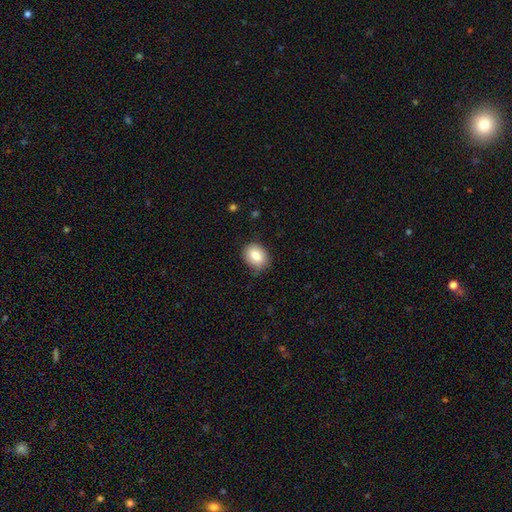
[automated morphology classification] Smooth or featured? smooth (82%)
How rounded? in between (58%)
Merging? none (76%)